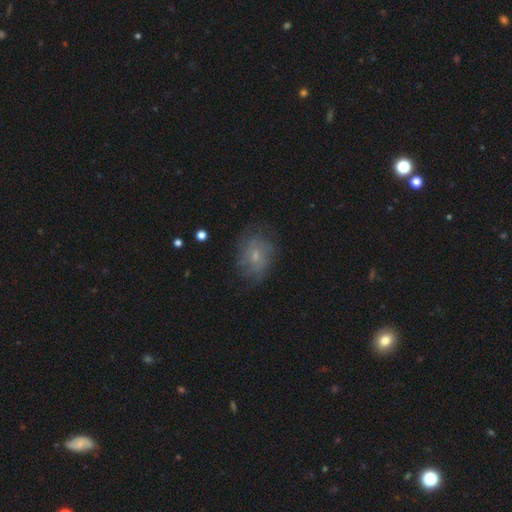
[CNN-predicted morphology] smooth 48%, featured or disk 40%, star or artifact 12%. Down the decision tree: merging — none (67%).